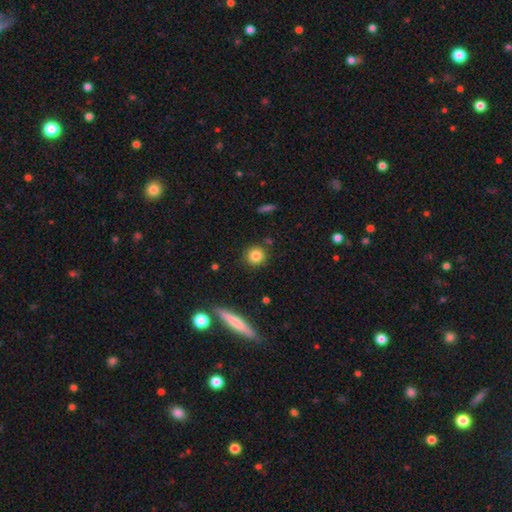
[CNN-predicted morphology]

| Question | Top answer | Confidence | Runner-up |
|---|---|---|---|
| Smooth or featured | smooth | 83% | star or artifact (10%) |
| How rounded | round | 89% | in between (9%) |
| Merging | none | 86% | minor disturbance (8%) |